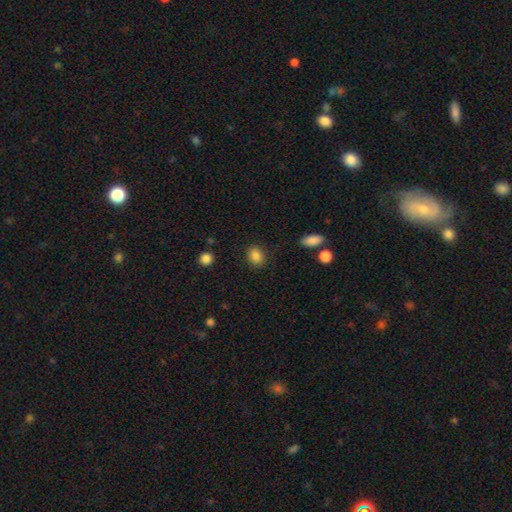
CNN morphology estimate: smooth_or_featured: smooth (p=0.86) [alt: star or artifact p=0.09]
how_rounded: in between (p=0.52) [alt: round p=0.46]
merging: none (p=0.87) [alt: minor disturbance p=0.08]